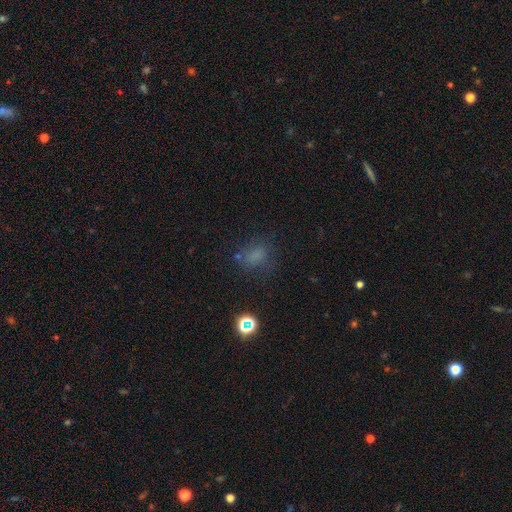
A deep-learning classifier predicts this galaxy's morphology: smooth_or_featured: smooth (p=0.66) [alt: star or artifact p=0.24]
how_rounded: in between (p=0.54) [alt: round p=0.44]
merging: none (p=0.64) [alt: minor disturbance p=0.20]